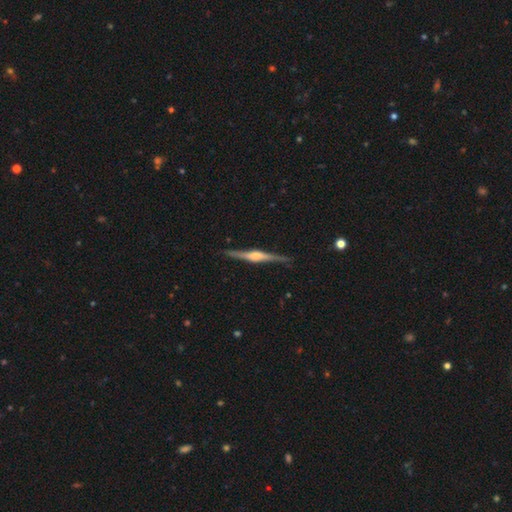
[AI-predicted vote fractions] Overall: featured or disk (80%). Edge-on disk: yes (98%). Edge-on bulge: rounded (78%). Merging: none (89%).